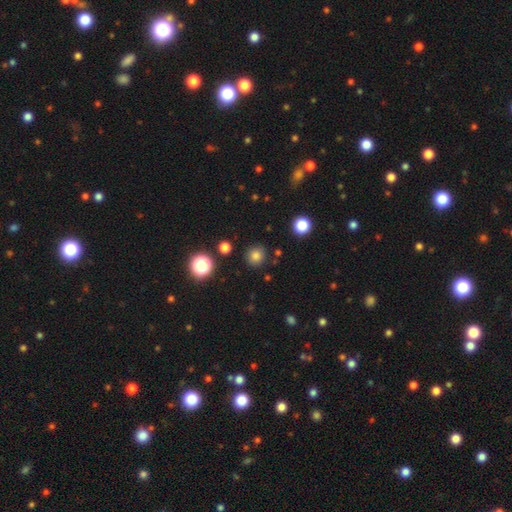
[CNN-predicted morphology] type=smooth (81%); roundness=round (89%); merging=none (88%).